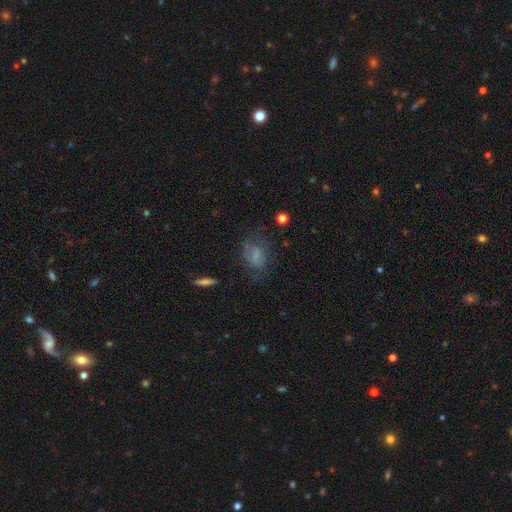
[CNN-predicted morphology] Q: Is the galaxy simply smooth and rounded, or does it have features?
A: smooth — 62%.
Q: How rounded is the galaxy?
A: in between — 73%.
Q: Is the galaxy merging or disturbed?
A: none — 57%.